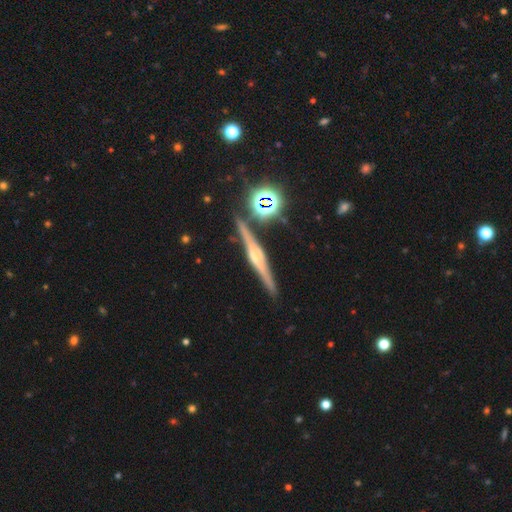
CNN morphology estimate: smooth_or_featured: featured or disk (p=0.75) [alt: smooth p=0.13]
disk_edge_on: yes (p=0.97) [alt: no p=0.03]
edge_on_bulge: rounded (p=0.75) [alt: boxy p=0.17]
merging: none (p=0.88) [alt: minor disturbance p=0.07]